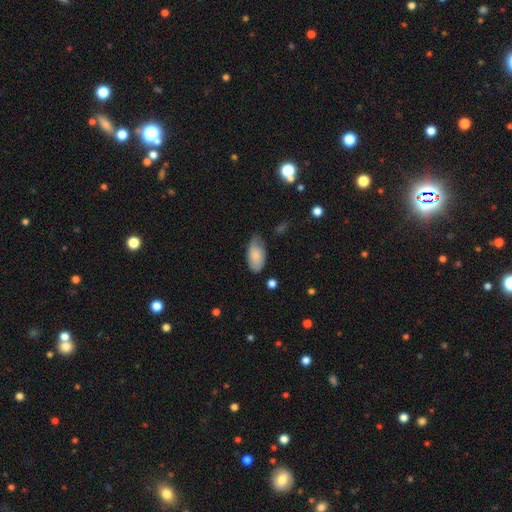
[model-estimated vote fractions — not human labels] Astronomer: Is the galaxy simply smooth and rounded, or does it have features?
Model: smooth — 80%.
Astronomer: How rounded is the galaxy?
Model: in between — 94%.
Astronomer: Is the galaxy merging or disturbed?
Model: none — 57% (runner-up: minor disturbance, 34%).